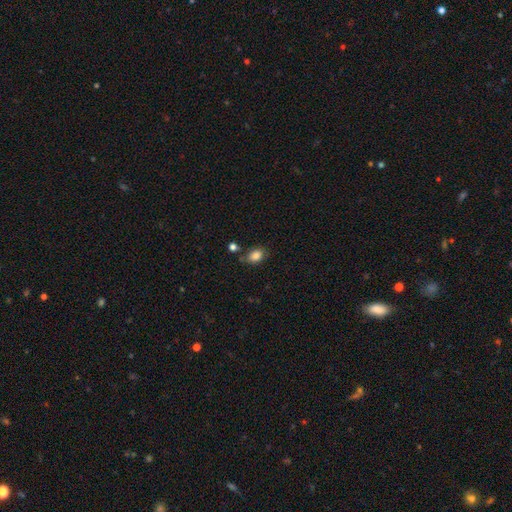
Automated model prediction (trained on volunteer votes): smooth 85%, star or artifact 9%, featured or disk 6%. Down the decision tree: how rounded — in between (75%); merging — none (68%).